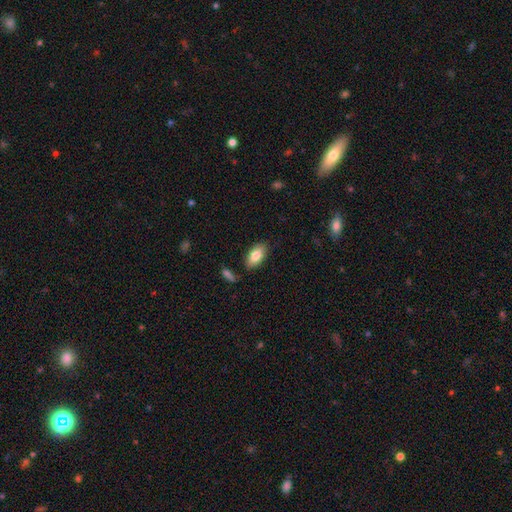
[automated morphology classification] Smooth or featured: smooth — 83% (featured or disk — 10%)
How rounded: in between — 93% (cigar-shaped — 4%)
Merging: none — 83% (minor disturbance — 12%)